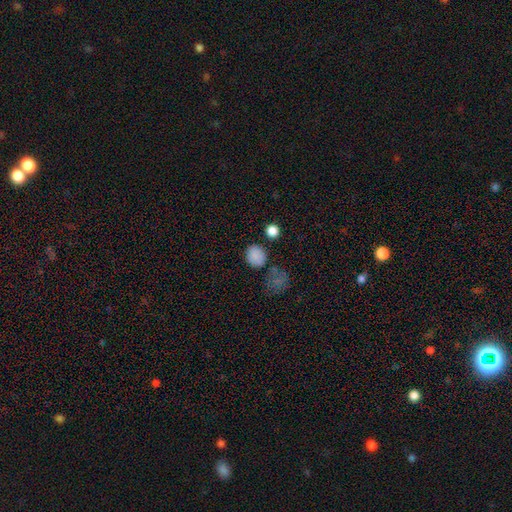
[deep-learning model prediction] This appears to be a smooth galaxy with no disk features (83%) that is round (64%). Merging: none (76%).